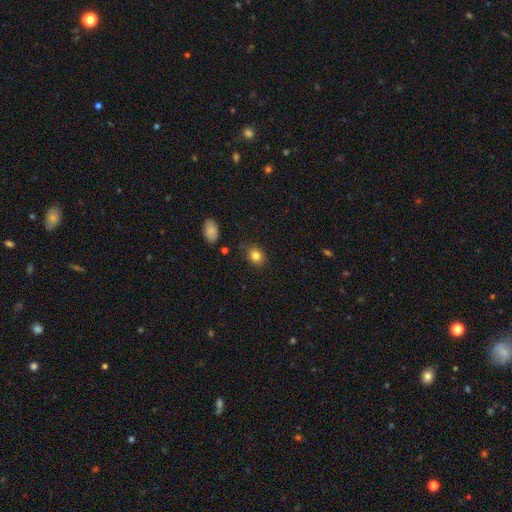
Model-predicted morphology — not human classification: smooth_or_featured: smooth (p=0.83) [alt: star or artifact p=0.10]
how_rounded: in between (p=0.52) [alt: round p=0.47]
merging: none (p=0.82) [alt: minor disturbance p=0.13]